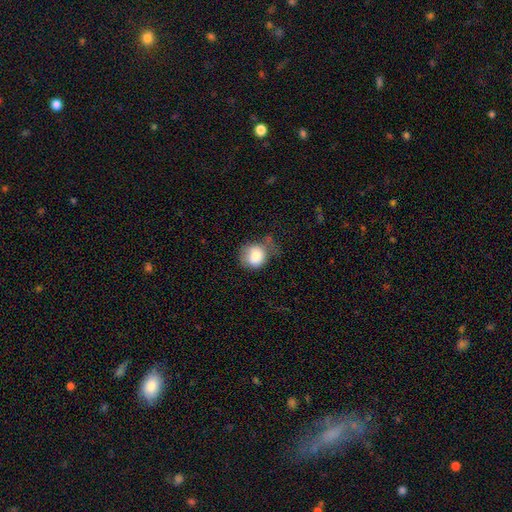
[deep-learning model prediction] smooth 80%, featured or disk 12%, star or artifact 8%. Down the decision tree: how rounded — round (78%); merging — none (37%, tied with minor disturbance).